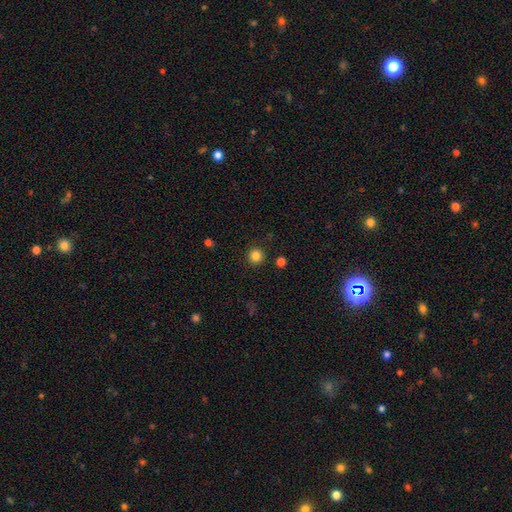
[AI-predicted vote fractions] Smooth or featured: smooth — 84% (star or artifact — 12%)
How rounded: round — 95% (in between — 4%)
Merging: none — 91% (minor disturbance — 5%)